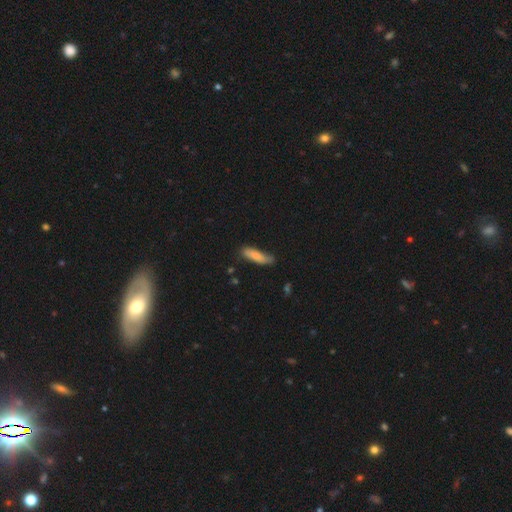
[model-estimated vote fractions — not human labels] A smooth galaxy with no disk features (83%) that is cigar-shaped (67%).

Vote fractions:
- Smooth or featured? smooth: 83% / featured or disk: 11% / star or artifact: 6%
- How rounded? cigar-shaped: 67% / in between: 32% / round: 2%
- Merging? none: 67% / minor disturbance: 26% / major disturbance: 5% / merger: 3%